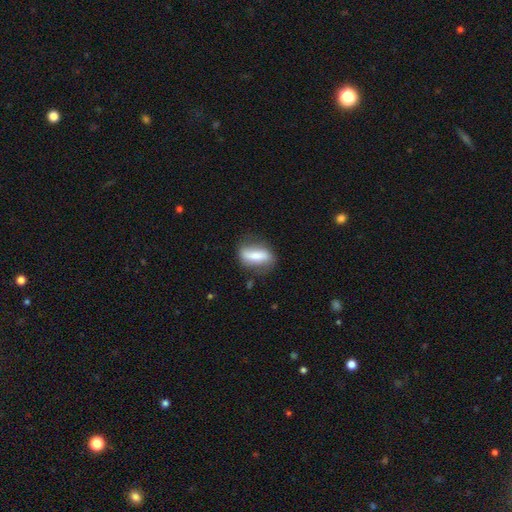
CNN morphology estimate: Smooth or featured? Predicted: smooth (p=0.55). How rounded? Predicted: in between (p=0.64). Merging? Predicted: none (p=0.72).